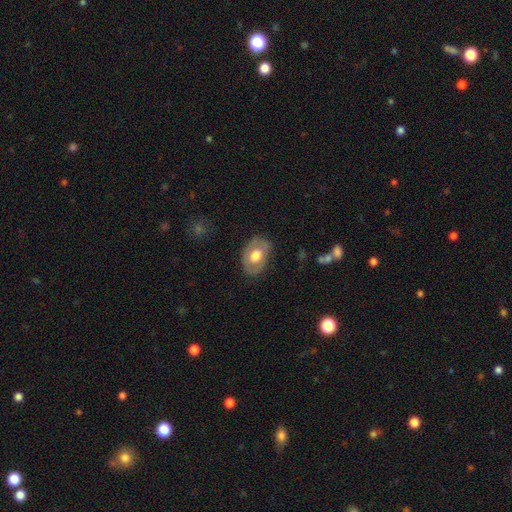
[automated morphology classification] This appears to be a smooth galaxy with no disk features (49%). Merging: none (75%).